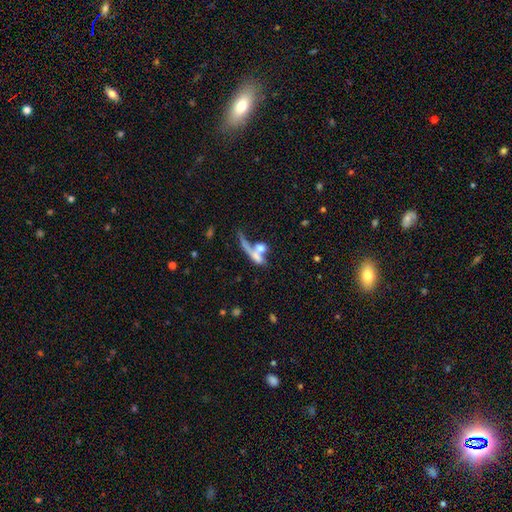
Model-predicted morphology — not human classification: Q: Smooth or featured?
A: smooth (54%); runner-up: featured or disk (36%)
Q: How rounded?
A: cigar-shaped (46%); runner-up: in between (35%)
Q: Merging?
A: merger (53%); runner-up: none (23%)